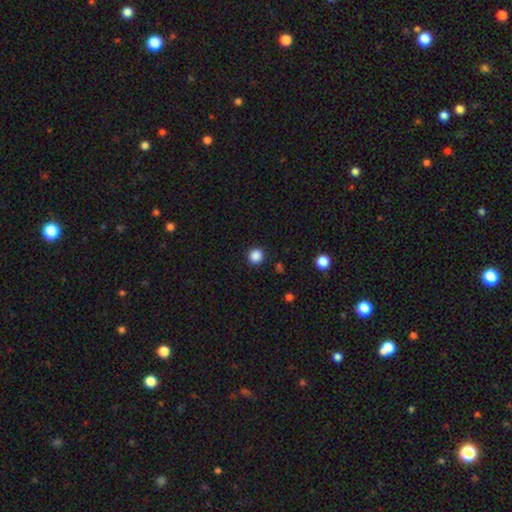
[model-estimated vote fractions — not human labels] Smooth or featured: smooth — 86% (star or artifact — 11%)
How rounded: round — 93% (in between — 7%)
Merging: none — 91% (minor disturbance — 6%)